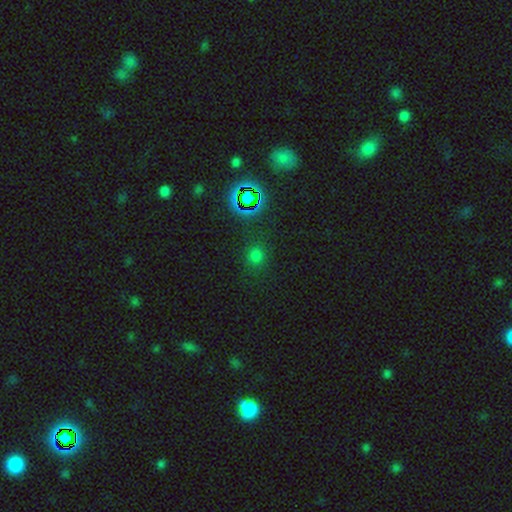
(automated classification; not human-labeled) The model was most divided on "smooth or featured": smooth: 65%, star or artifact: 29%, featured or disk: 6%. More confident: merging — none (83%); how rounded — round (81%).